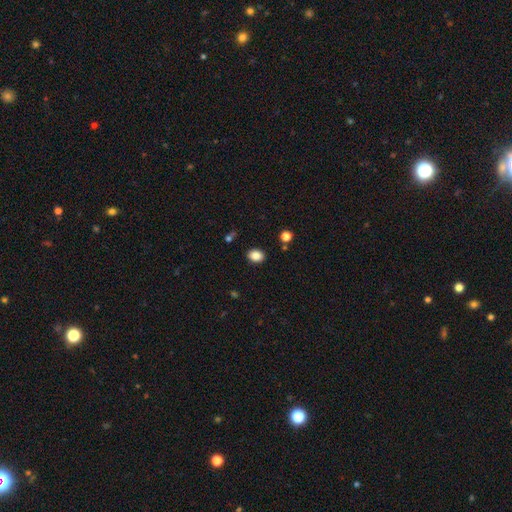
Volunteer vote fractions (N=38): Smooth or featured?
  - smooth: 92% *
  - featured or disk: 5%
  - star or artifact: 3%
How rounded?
  - in between: 74% *
  - round: 26%
  - cigar-shaped: 0%
Merging?
  - none: 92% *
  - minor disturbance: 5%
  - major disturbance: 3%
  - merger: 0%